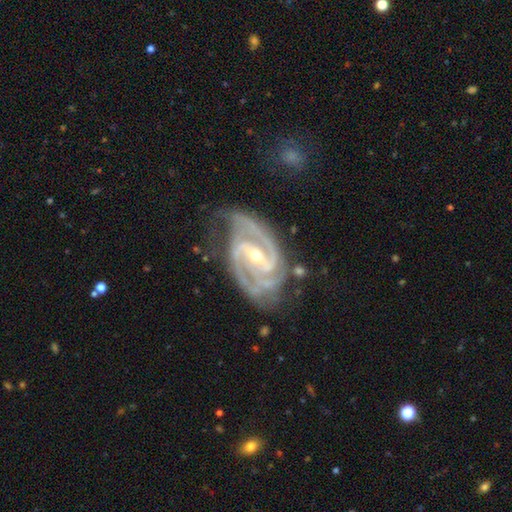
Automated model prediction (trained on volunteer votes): Overall: featured or disk (93%). Edge-on disk: no (97%). Bar: weak (39%; strong 36%). Spiral arms: yes (99%). Spiral arm count: 2 (59%; 3 23%). Spiral winding: tight (49%; medium 45%). Bulge size: small (55%; moderate 43%). Merging: none (64%).